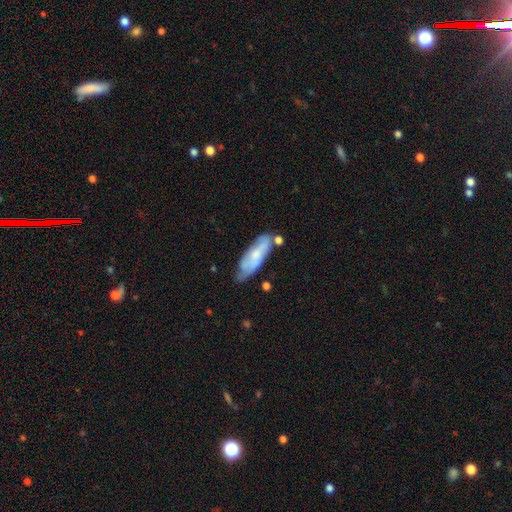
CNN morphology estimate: This is possibly a smooth galaxy (56%). How rounded: possibly in between (52%). Merging: possibly none (60%).